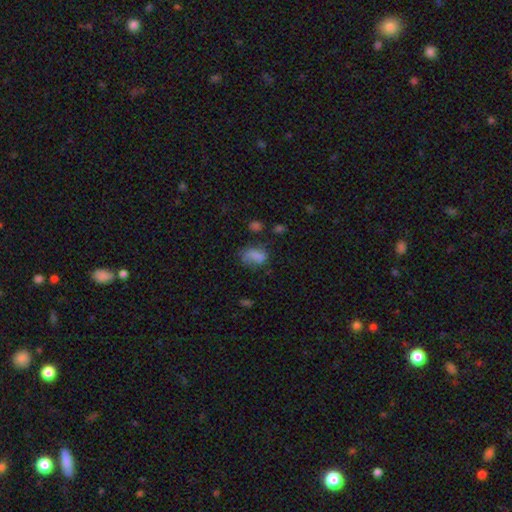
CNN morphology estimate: Smooth or featured: smooth — 75% (featured or disk — 13%)
How rounded: in between — 83% (round — 14%)
Merging: none — 42% (minor disturbance — 29%)